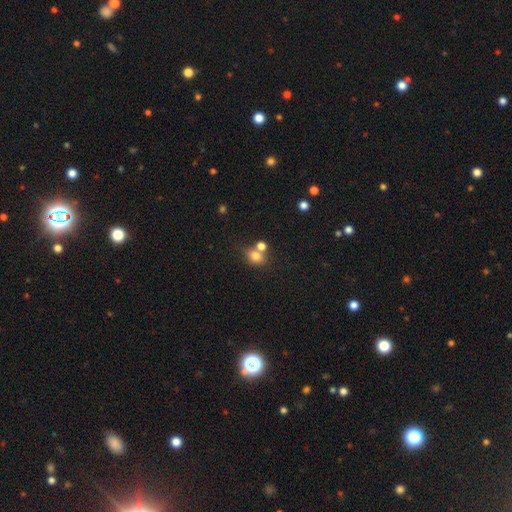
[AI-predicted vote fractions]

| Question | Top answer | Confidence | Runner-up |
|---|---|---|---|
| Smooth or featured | smooth | 77% | star or artifact (13%) |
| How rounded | in between | 52% | round (47%) |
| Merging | none | 47% | merger (36%) |